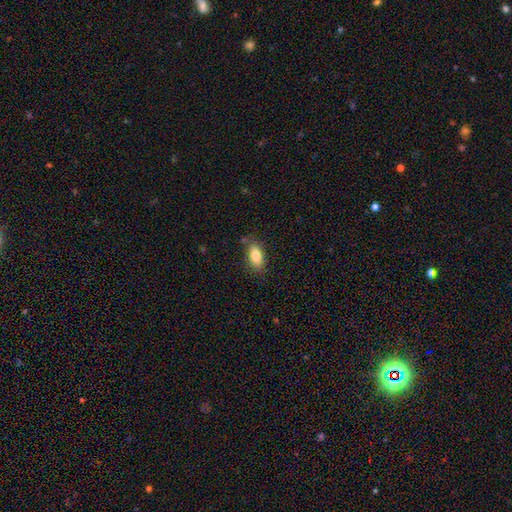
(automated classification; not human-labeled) Morphology: type=smooth (83%); roundness=in between (90%); merging=none (78%).